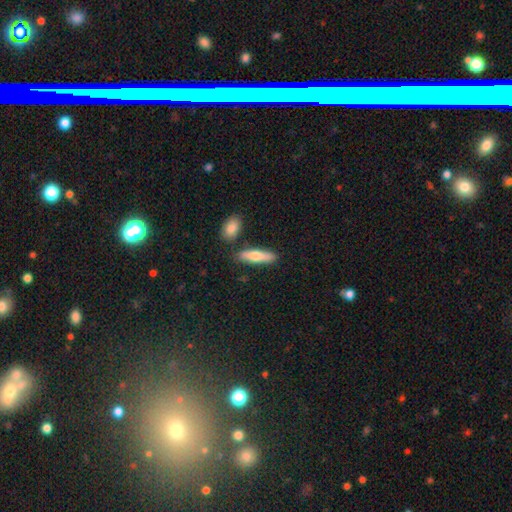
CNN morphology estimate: This appears to be a smooth galaxy with no disk features (67%) that is cigar-shaped (66%). Merging: none (78%).